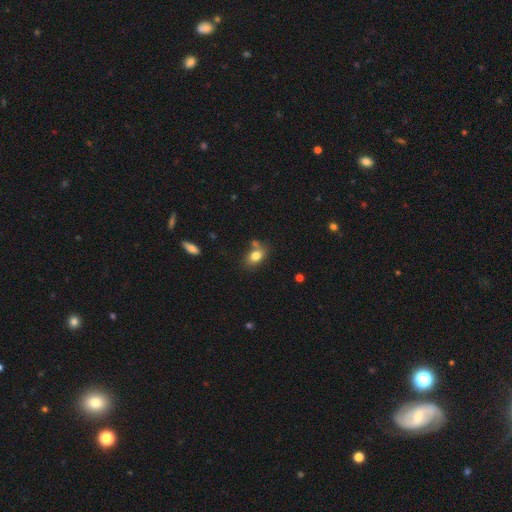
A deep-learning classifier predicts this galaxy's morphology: The model was most divided on "merging": none: 60%, minor disturbance: 17%, merger: 17%, major disturbance: 5%. More confident: smooth or featured — smooth (80%); how rounded — in between (78%).